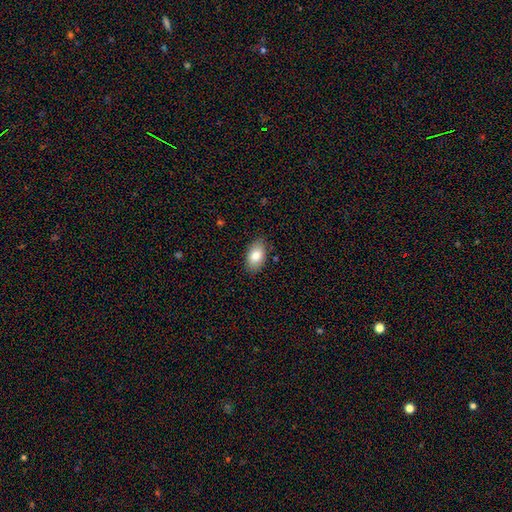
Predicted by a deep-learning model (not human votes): This appears to be a smooth galaxy with no disk features (82%) that is in between round and cigar-shaped (93%). Merging: none (85%).